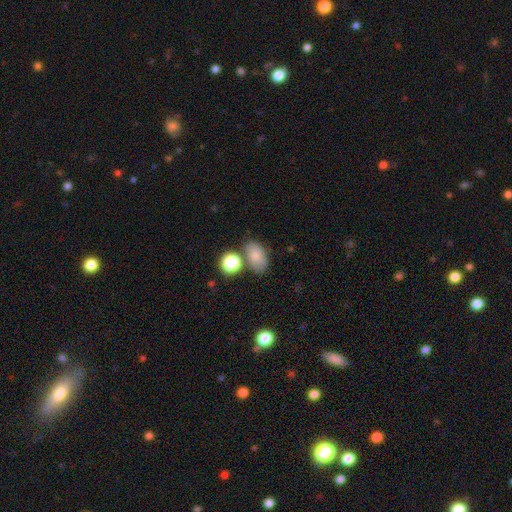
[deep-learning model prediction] Smooth or featured? smooth (80%)
How rounded? in between (86%)
Merging? none (65%)